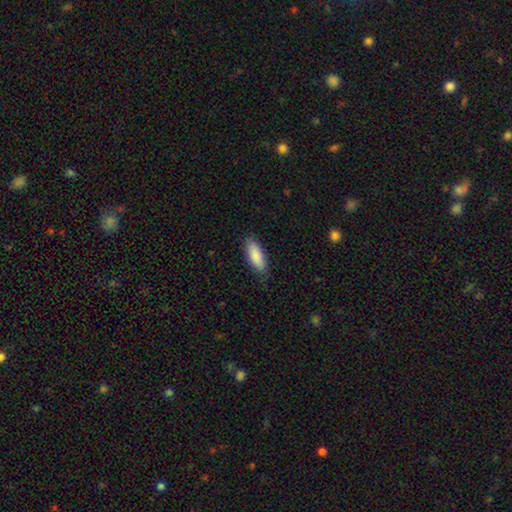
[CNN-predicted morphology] Smooth or featured?
  - smooth: 88% *
  - featured or disk: 7%
  - star or artifact: 5%
How rounded?
  - in between: 75% *
  - cigar-shaped: 23%
  - round: 2%
Merging?
  - none: 81% *
  - minor disturbance: 15%
  - major disturbance: 3%
  - merger: 1%